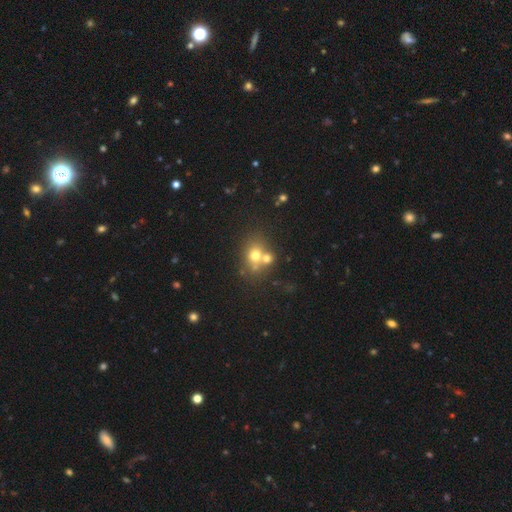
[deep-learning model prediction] smooth-or-featured: smooth: 65% | featured or disk: 19% | star or artifact: 15%
  how-rounded: round: 63% | in between: 36% | cigar-shaped: 1%
  merging: none: 46% | merger: 40% | minor disturbance: 9% | major disturbance: 5%